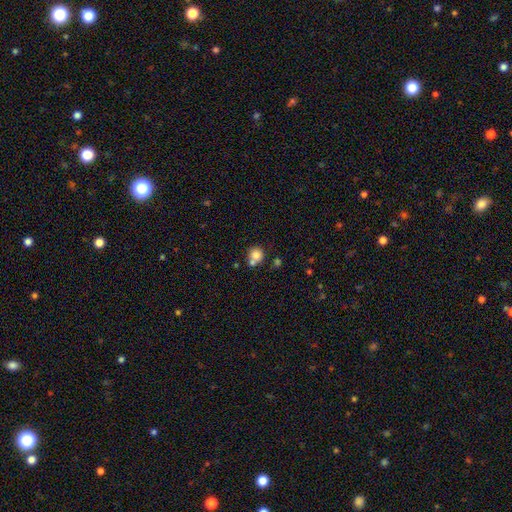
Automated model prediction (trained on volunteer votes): Smooth or featured?
  - smooth: 81% *
  - star or artifact: 10%
  - featured or disk: 9%
How rounded?
  - round: 85% *
  - in between: 14%
  - cigar-shaped: 1%
Merging?
  - none: 50% *
  - merger: 35%
  - minor disturbance: 11%
  - major disturbance: 4%